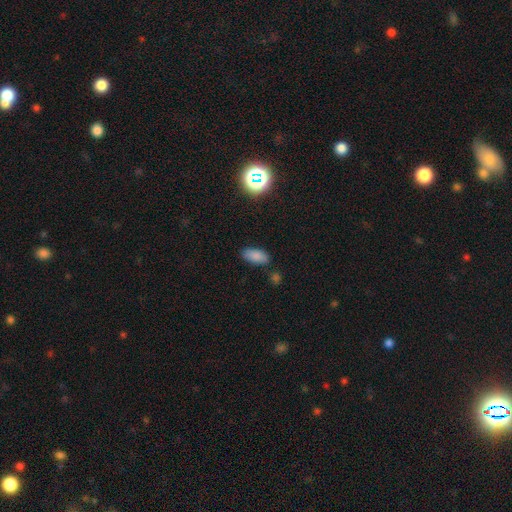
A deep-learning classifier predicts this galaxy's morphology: Smooth or featured? Predicted: smooth (p=0.83). How rounded? Predicted: in between (p=0.89). Merging? Predicted: none (p=0.80).